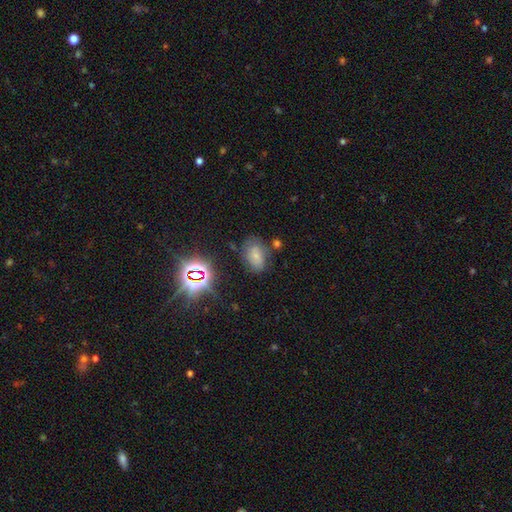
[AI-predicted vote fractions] This appears to be a smooth galaxy with no disk features (58%) that is in between round and cigar-shaped (84%). Merging: none (63%).